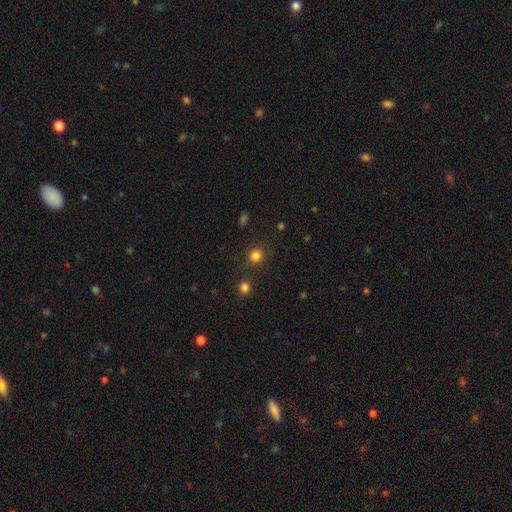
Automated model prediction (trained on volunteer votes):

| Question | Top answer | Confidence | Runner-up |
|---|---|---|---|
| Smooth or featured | smooth | 81% | star or artifact (15%) |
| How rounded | round | 89% | in between (10%) |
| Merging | none | 84% | minor disturbance (8%) |